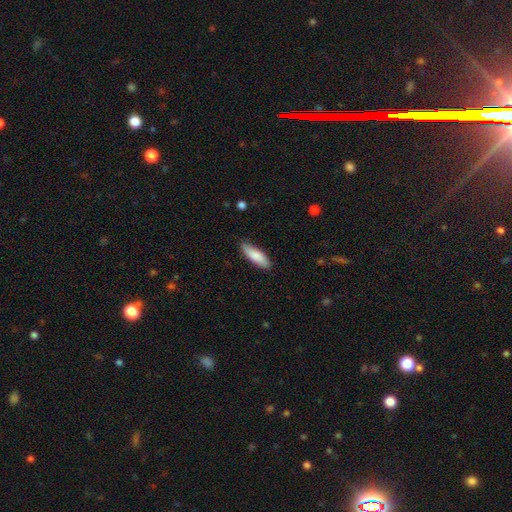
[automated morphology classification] Smooth or featured? Predicted: smooth (p=0.85). How rounded? Predicted: in between (p=0.54). Merging? Predicted: none (p=0.81).